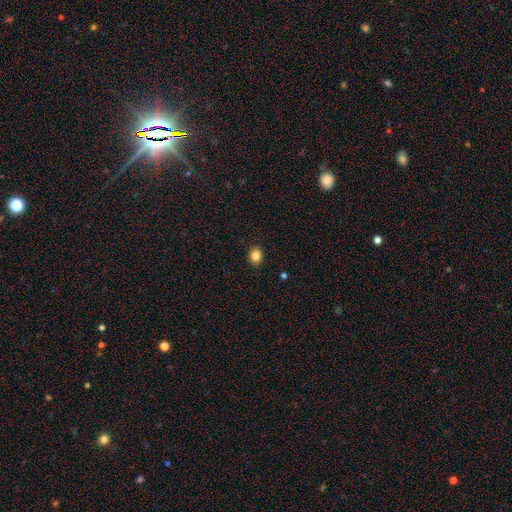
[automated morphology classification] Smooth or featured? smooth (84%)
How rounded? in between (56%)
Merging? none (90%)